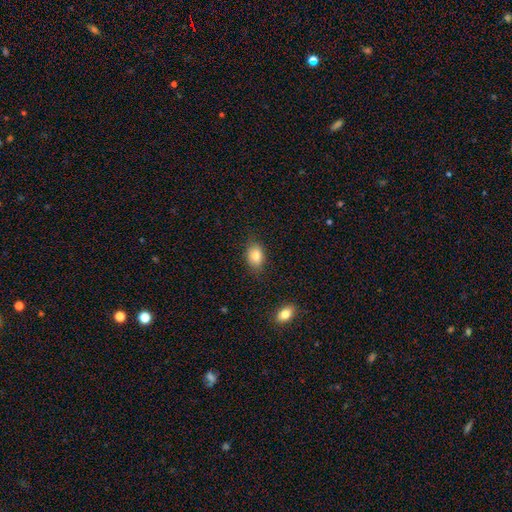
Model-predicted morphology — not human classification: Smooth or featured?
  - smooth: 81% *
  - featured or disk: 10%
  - star or artifact: 9%
How rounded?
  - in between: 79% *
  - round: 19%
  - cigar-shaped: 2%
Merging?
  - none: 78% *
  - minor disturbance: 17%
  - major disturbance: 4%
  - merger: 2%